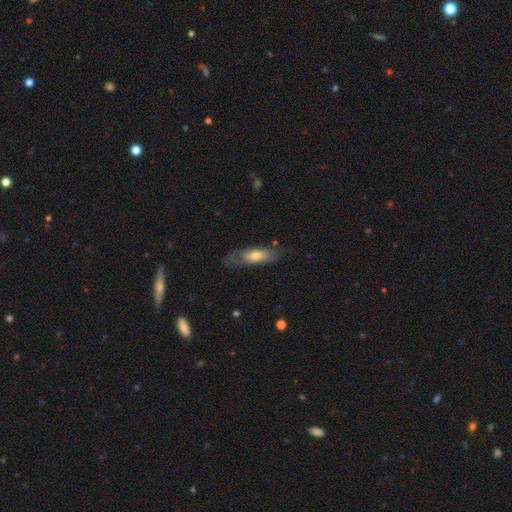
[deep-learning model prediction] Smooth or featured? Predicted: smooth (p=0.60). How rounded? Predicted: in between (p=0.63). Merging? Predicted: none (p=0.59).